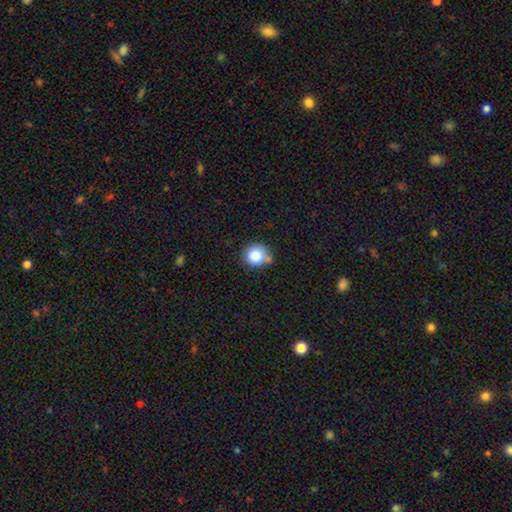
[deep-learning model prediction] The model was most divided on "merging": none: 62%, minor disturbance: 22%, merger: 11%, major disturbance: 5%. More confident: how rounded — round (89%); smooth or featured — smooth (85%).